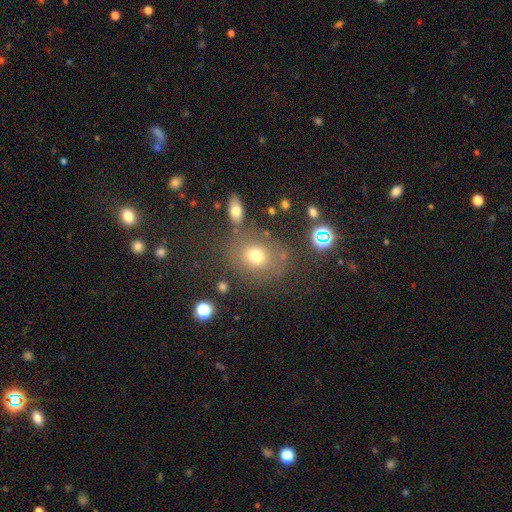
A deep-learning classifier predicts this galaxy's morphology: A smooth galaxy with no disk features (70%) that is round (64%). Merging: none (70%).